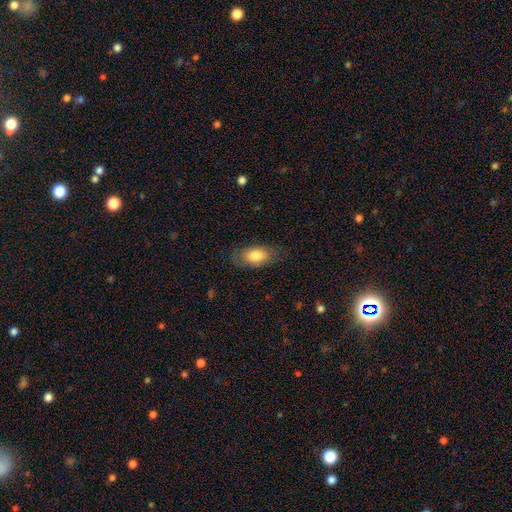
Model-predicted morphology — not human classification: This appears to be a smooth galaxy with no disk features (74%) that is in between round and cigar-shaped (91%). Merging: none (74%).